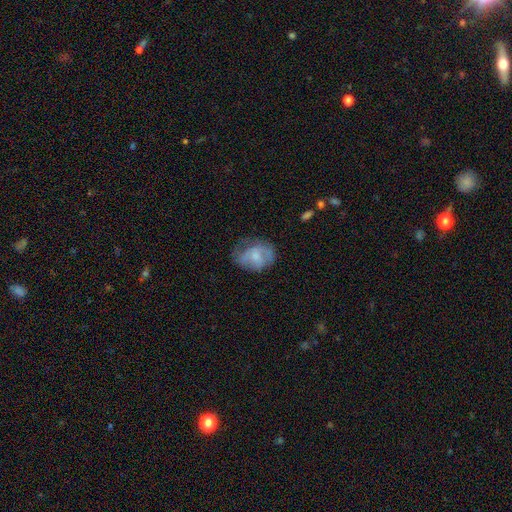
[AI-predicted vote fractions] Morphology: type=smooth (50%); roundness=in between (64%); merging=none (47%).